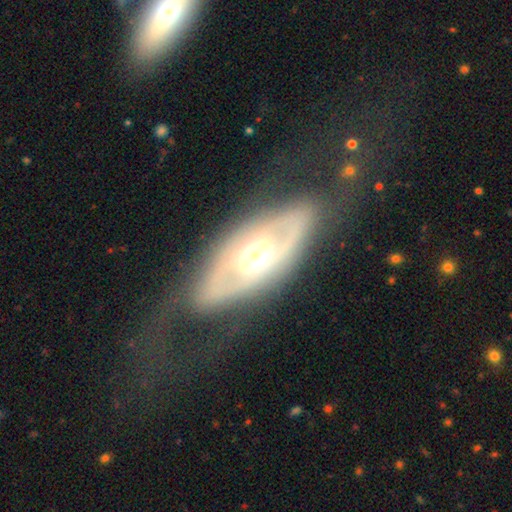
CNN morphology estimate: type=featured or disk (78%); edge-on=no (81%); bar=no (53%); spiral arms=no (51%); bulge=moderate (62%); merging=none (59%).